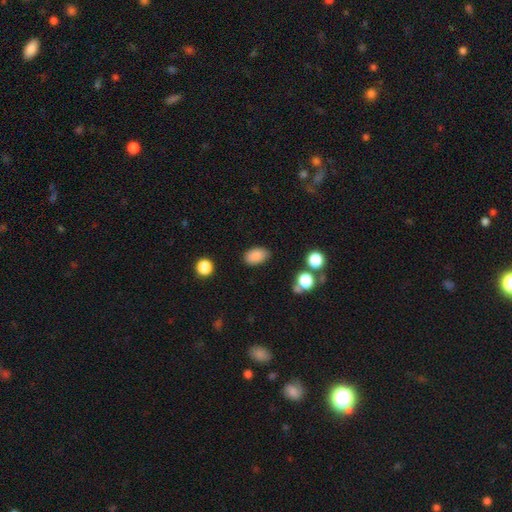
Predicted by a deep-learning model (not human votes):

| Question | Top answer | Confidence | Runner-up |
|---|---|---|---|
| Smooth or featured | smooth | 86% | star or artifact (9%) |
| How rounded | in between | 90% | round (9%) |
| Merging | none | 81% | minor disturbance (14%) |